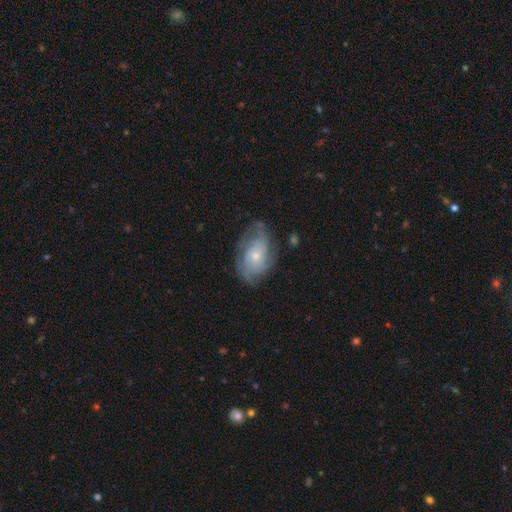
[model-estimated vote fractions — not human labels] A featured or disk galaxy (65%) with no bar (79%), tight (42%) spiral arms (82%) and a small central bulge (64%). Merging: none (60%).